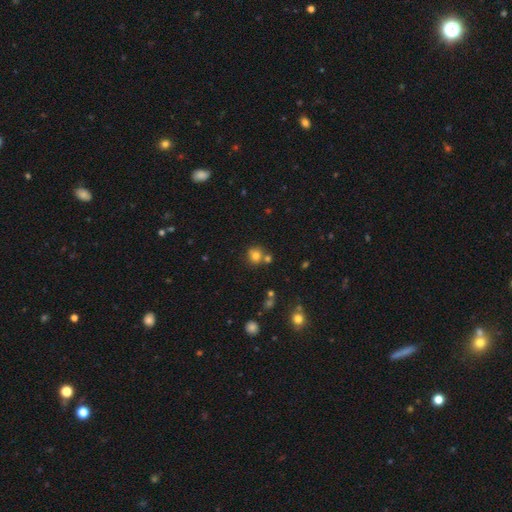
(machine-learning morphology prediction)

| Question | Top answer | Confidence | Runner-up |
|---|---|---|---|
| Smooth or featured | smooth | 75% | star or artifact (15%) |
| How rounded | round | 84% | in between (15%) |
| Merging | none | 65% | merger (22%) |